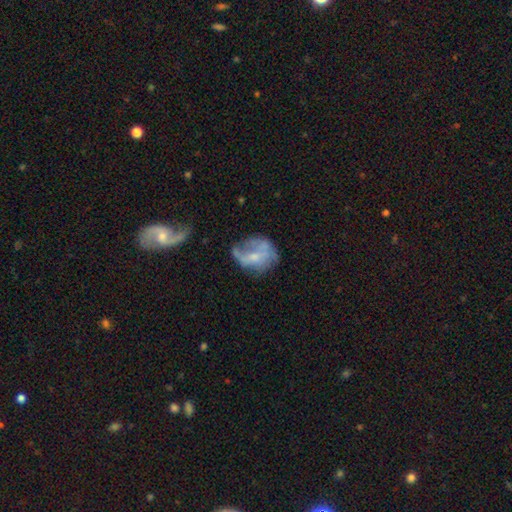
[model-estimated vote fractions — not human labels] A featured or disk galaxy (56%) with no bar (64%), no spiral arms (54%) and a small central bulge (53%).

Vote fractions:
- Smooth or featured? featured or disk: 56% / smooth: 35% / star or artifact: 10%
- Edge-on disk? no: 97% / yes: 3%
- Bar? no: 64% / weak: 29% / strong: 7%
- Spiral arms? no: 54% / yes: 46%
- Bulge size? small: 53% / moderate: 26% / none: 18% / large: 2% / dominant: 1%
- Merging? none: 35% / major disturbance: 34% / minor disturbance: 25% / merger: 6%